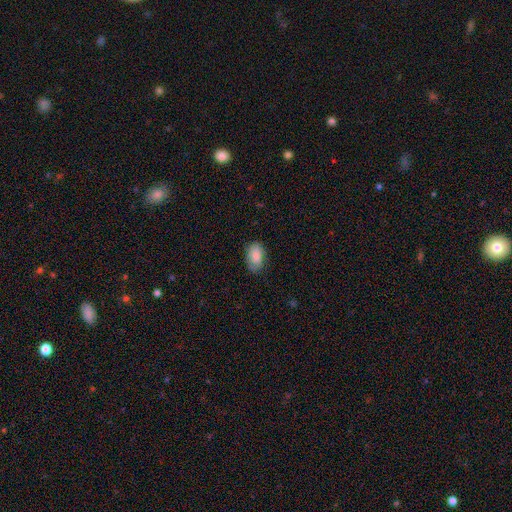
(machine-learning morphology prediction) Overall: smooth (86%). How rounded: in between (91%). Merging: none (77%).